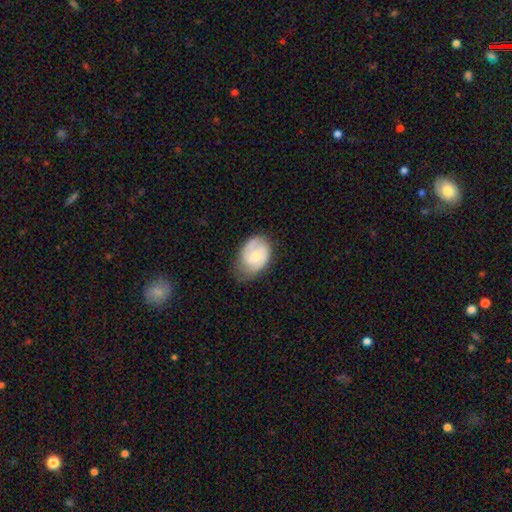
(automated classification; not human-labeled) This is likely a featured or disk galaxy (66%). It is clearly not viewed edge-on (98%). Bar: possibly no (58%). Spiral arm pattern: clearly yes (91%). Spiral arm count: likely 2 (70%). Spiral winding: possibly medium (45%). Central bulge: possibly small (52%). Merging: possibly none (59%).